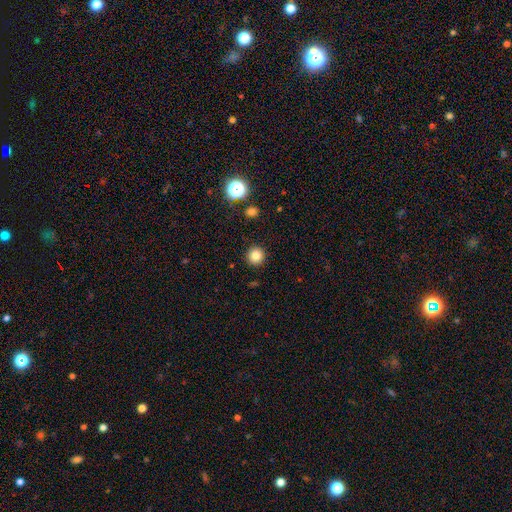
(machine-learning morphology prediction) smooth_or_featured: smooth (p=0.82) [alt: star or artifact p=0.13]
how_rounded: round (p=0.95) [alt: in between p=0.04]
merging: none (p=0.92) [alt: minor disturbance p=0.05]